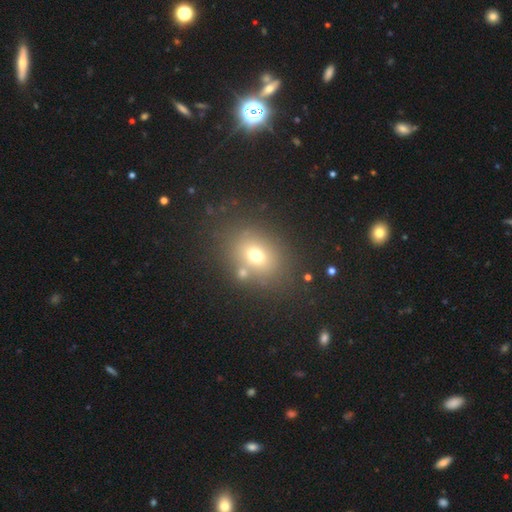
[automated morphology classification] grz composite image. It shows a smooth galaxy with no disk features (68%) that is round (51%). Merging: none (71%).